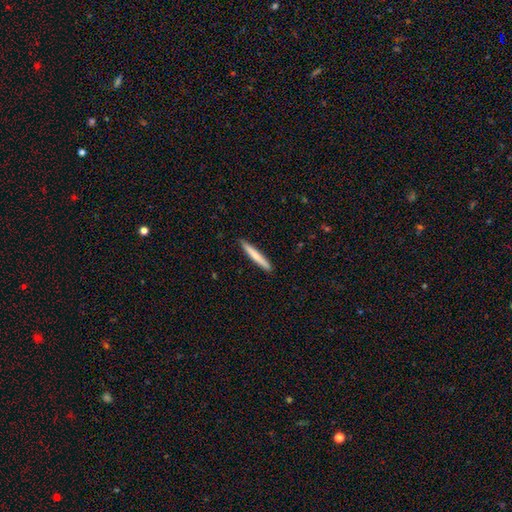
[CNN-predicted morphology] smooth-or-featured: smooth: 71% | featured or disk: 24% | star or artifact: 5%
  how-rounded: cigar-shaped: 96% | in between: 3% | round: 1%
  merging: none: 91% | minor disturbance: 7% | major disturbance: 1% | merger: 1%